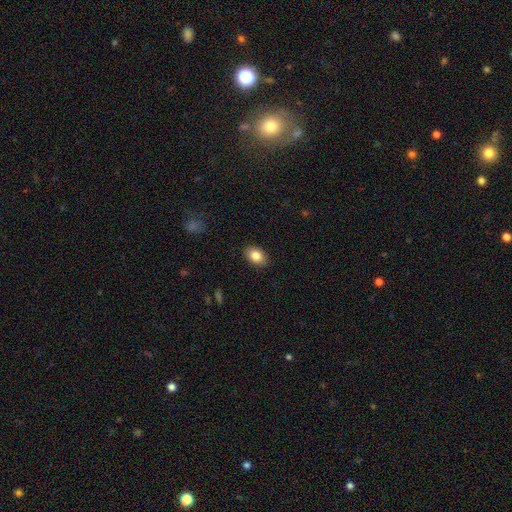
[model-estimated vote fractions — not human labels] This is clearly a smooth galaxy (84%). How rounded: clearly in between (81%). Merging: clearly none (89%).